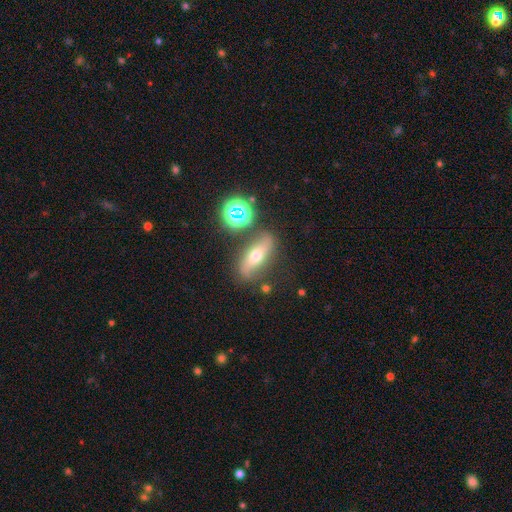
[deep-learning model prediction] featured or disk 51%, smooth 35%, star or artifact 14%. Down the decision tree: edge-on disk — no (63%); merging — none (74%).